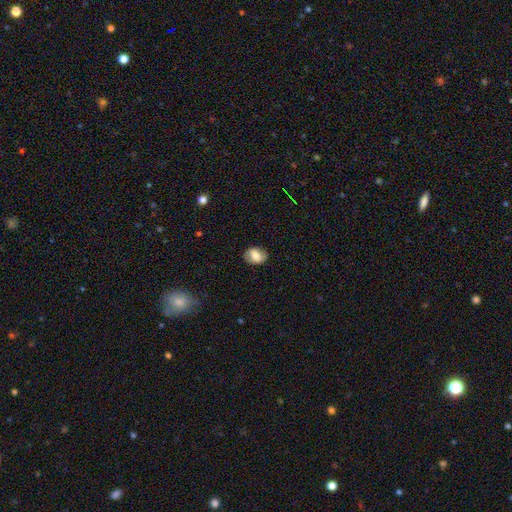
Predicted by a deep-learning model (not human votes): Smooth or featured? Predicted: smooth (p=0.68). How rounded? Predicted: in between (p=0.74). Merging? Predicted: none (p=0.83).